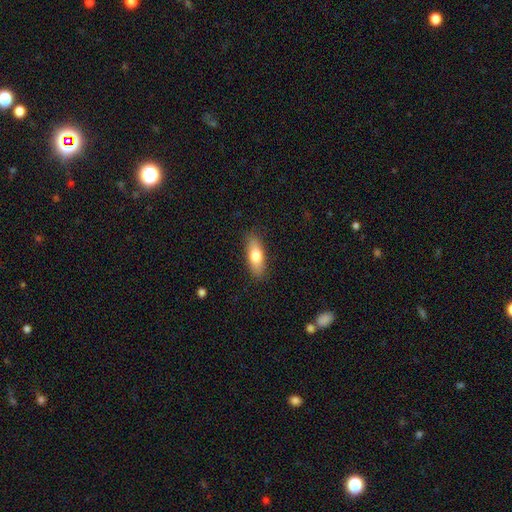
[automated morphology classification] Smooth or featured?
  - smooth: 76% *
  - featured or disk: 17%
  - star or artifact: 7%
How rounded?
  - in between: 71% *
  - cigar-shaped: 26%
  - round: 3%
Merging?
  - none: 86% *
  - minor disturbance: 11%
  - major disturbance: 3%
  - merger: 1%